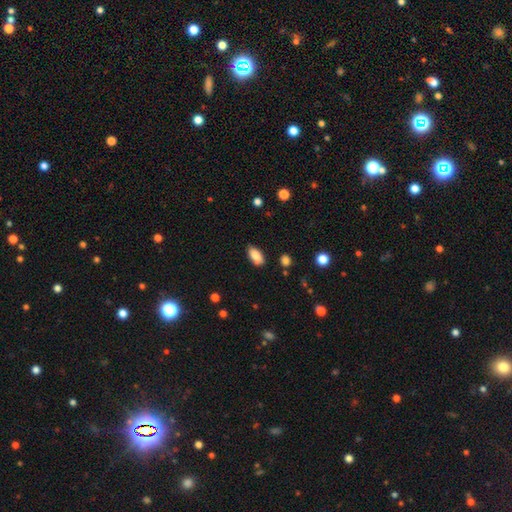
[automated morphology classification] This is clearly a smooth galaxy (84%). How rounded: clearly in between (91%). Merging: clearly none (81%).